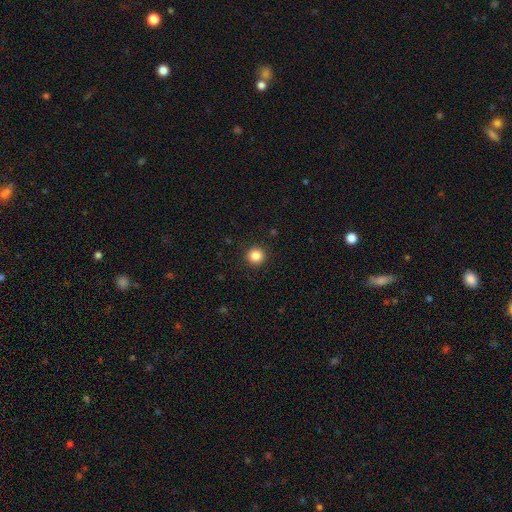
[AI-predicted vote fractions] Morphology: type=smooth (86%); roundness=round (94%); merging=none (92%).